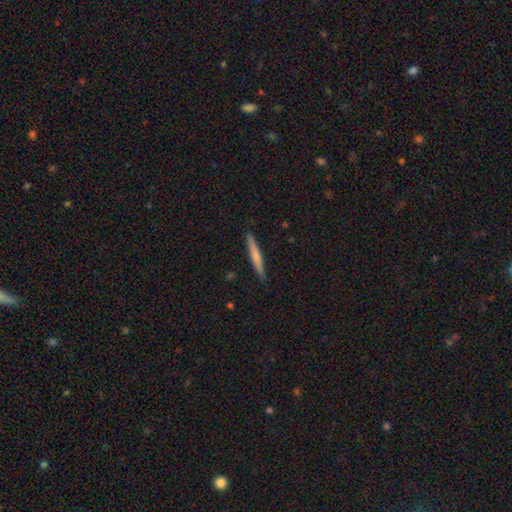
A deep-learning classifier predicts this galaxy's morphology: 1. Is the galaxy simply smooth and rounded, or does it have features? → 61% smooth, 34% featured or disk, 5% star or artifact.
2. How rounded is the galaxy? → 96% cigar-shaped, 3% in between, 1% round.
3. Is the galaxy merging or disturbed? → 90% none, 7% minor disturbance, 1% major disturbance, 1% merger.